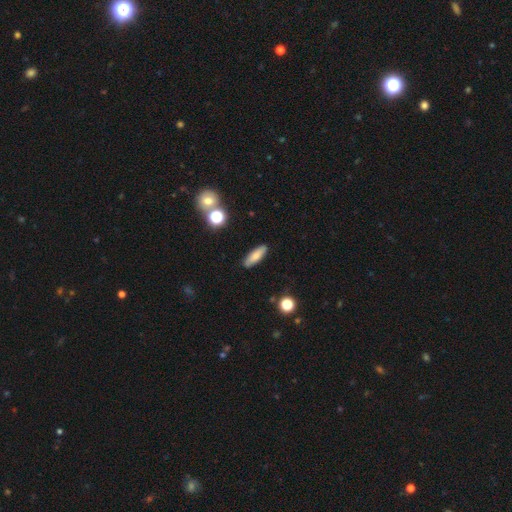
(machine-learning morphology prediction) A smooth galaxy with no disk features (75%) that is in between round and cigar-shaped (54%).

Vote fractions:
- Smooth or featured? smooth: 75% / featured or disk: 17% / star or artifact: 8%
- How rounded? in between: 54% / cigar-shaped: 43% / round: 3%
- Merging? none: 87% / minor disturbance: 9% / major disturbance: 2% / merger: 2%